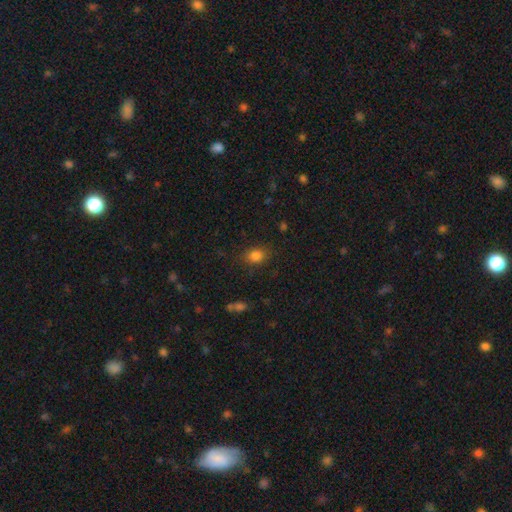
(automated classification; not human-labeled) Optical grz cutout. It shows a smooth galaxy with no disk features (82%) that is in between round and cigar-shaped (61%). Merging: none (82%).